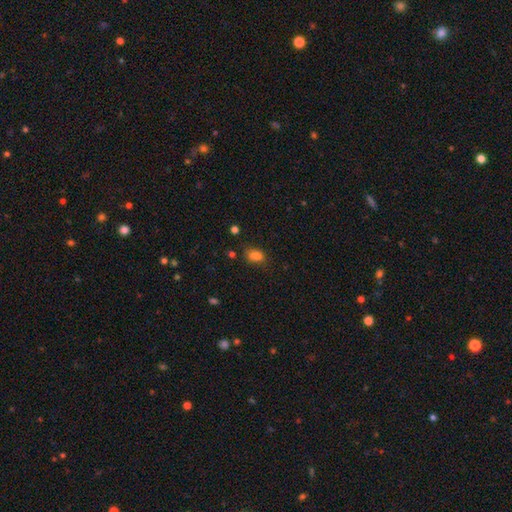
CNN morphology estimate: smooth 81%, star or artifact 13%, featured or disk 6%. Down the decision tree: how rounded — in between (80%); merging — none (67%).